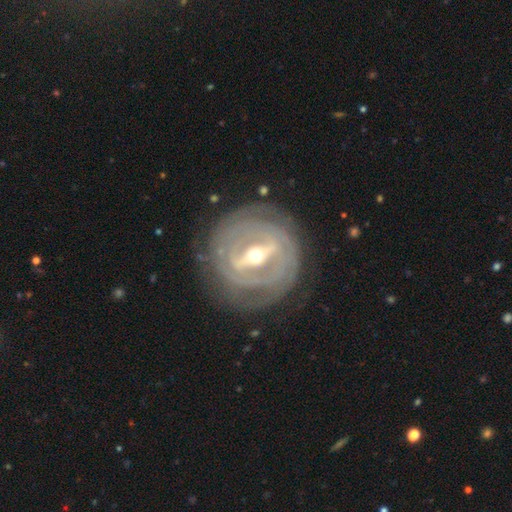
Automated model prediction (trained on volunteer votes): The model was most divided on "bulge size": moderate: 56%, small: 40%, large: 3%, dominant: 1%, none: 1%. Remaining: edge-on disk — no (90%); smooth or featured — featured or disk (89%); merging — none (83%); spiral winding — tight (83%); spiral arms — yes (82%); bar — strong (71%); spiral arm count — can't tell (42%).